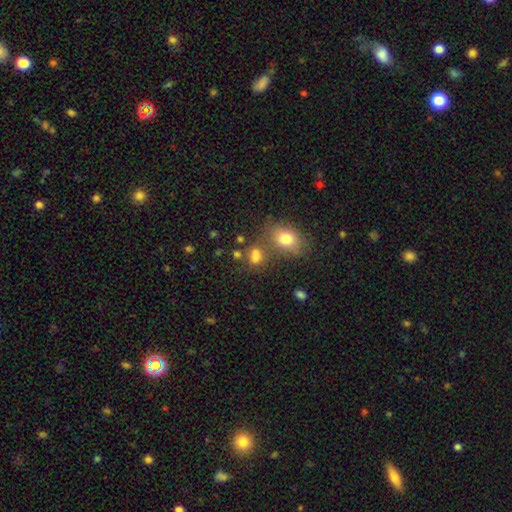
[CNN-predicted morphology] A smooth galaxy with no disk features (74%) that is in between round and cigar-shaped (68%).

Vote fractions:
- Smooth or featured? smooth: 74% / star or artifact: 17% / featured or disk: 9%
- How rounded? in between: 68% / round: 29% / cigar-shaped: 3%
- Merging? none: 52% / merger: 25% / minor disturbance: 15% / major disturbance: 8%